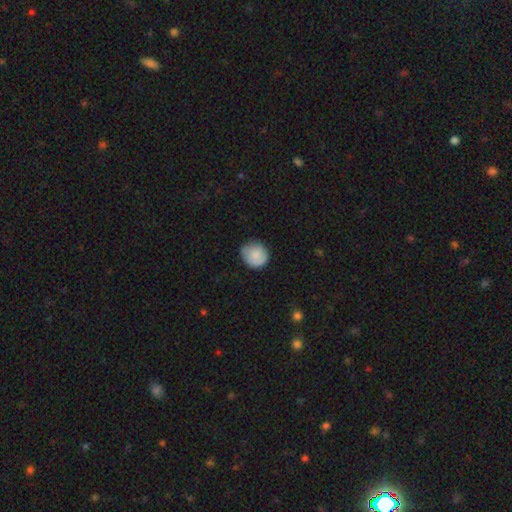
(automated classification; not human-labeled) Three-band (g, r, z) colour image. It shows a smooth galaxy with no disk features (79%) that is round (86%). Merging: none (72%).